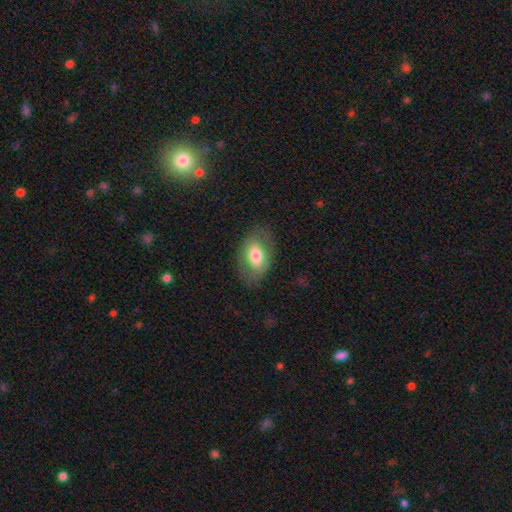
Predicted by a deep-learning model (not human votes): Smooth or featured: smooth — 64% (featured or disk — 29%)
How rounded: in between — 89% (round — 9%)
Merging: none — 76% (minor disturbance — 15%)